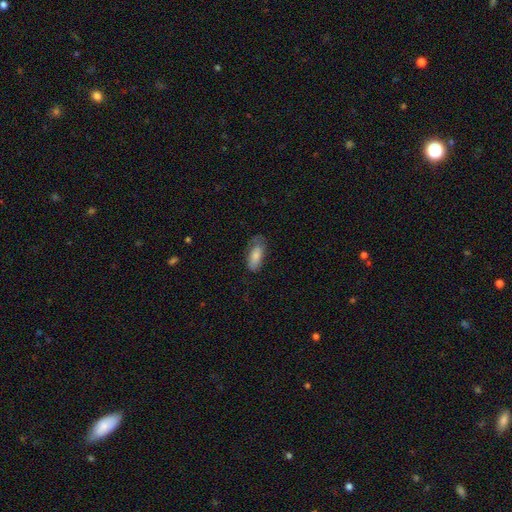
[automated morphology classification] Smooth or featured? Predicted: smooth (p=0.78). How rounded? Predicted: in between (p=0.83). Merging? Predicted: none (p=0.54).